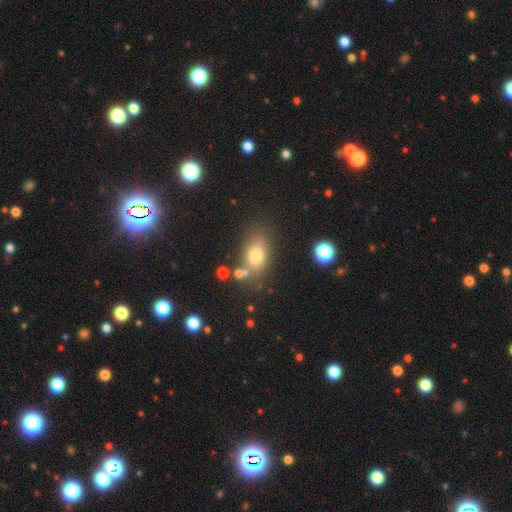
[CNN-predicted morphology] This appears to be a smooth galaxy with no disk features (74%) that is in between round and cigar-shaped (75%). Merging: none (71%).